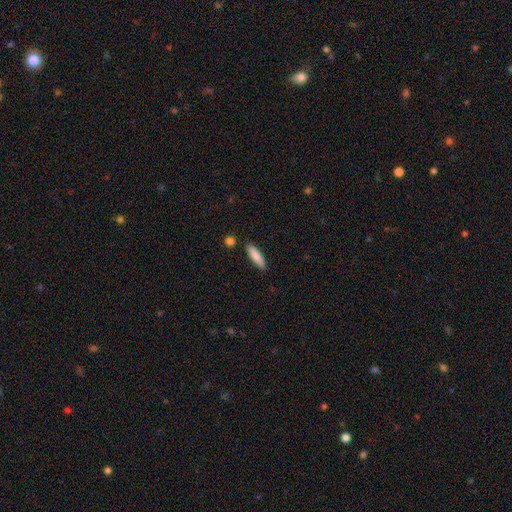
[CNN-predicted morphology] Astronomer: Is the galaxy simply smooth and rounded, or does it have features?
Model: smooth — 84%.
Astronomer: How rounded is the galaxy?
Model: cigar-shaped — 69%.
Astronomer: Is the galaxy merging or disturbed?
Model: none — 84%.